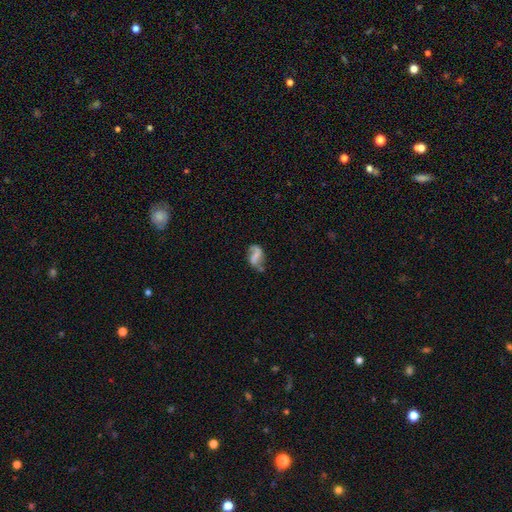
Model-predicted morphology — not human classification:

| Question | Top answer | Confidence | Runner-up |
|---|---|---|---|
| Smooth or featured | featured or disk | 68% | smooth (23%) |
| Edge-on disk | no | 97% | yes (3%) |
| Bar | weak | 38% | strong (35%) |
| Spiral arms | yes | 85% | no (15%) |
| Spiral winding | loose | 67% | medium (25%) |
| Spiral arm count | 2 | 85% | 1 (7%) |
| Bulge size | none | 57% | small (25%) |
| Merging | none | 55% | minor disturbance (24%) |